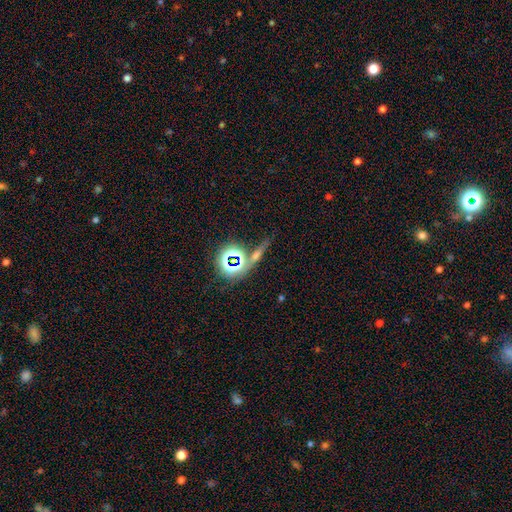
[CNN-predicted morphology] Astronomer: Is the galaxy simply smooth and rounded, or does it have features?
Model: star or artifact — 51% (runner-up: smooth, 28%).